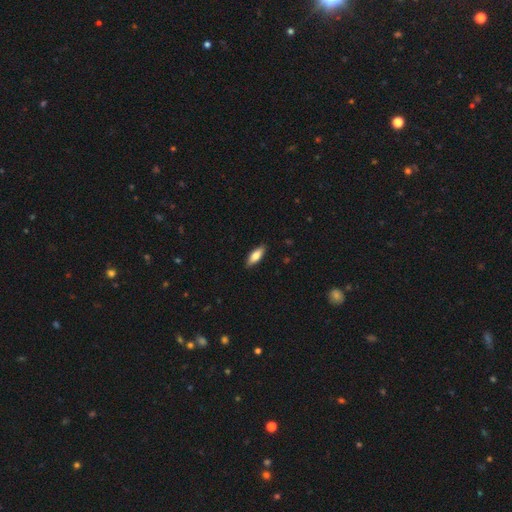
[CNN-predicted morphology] A smooth galaxy with no disk features (76%) that is in between round and cigar-shaped (68%).

Vote fractions:
- Smooth or featured? smooth: 76% / featured or disk: 18% / star or artifact: 6%
- How rounded? in between: 68% / cigar-shaped: 30% / round: 2%
- Merging? none: 89% / minor disturbance: 8% / major disturbance: 2% / merger: 1%